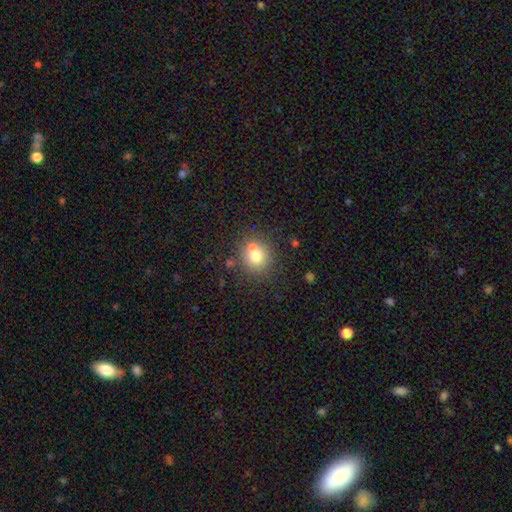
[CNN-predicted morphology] smooth-or-featured: smooth: 72% | featured or disk: 15% | star or artifact: 13%
  how-rounded: round: 87% | in between: 12% | cigar-shaped: 1%
  merging: none: 62% | merger: 24% | minor disturbance: 10% | major disturbance: 4%